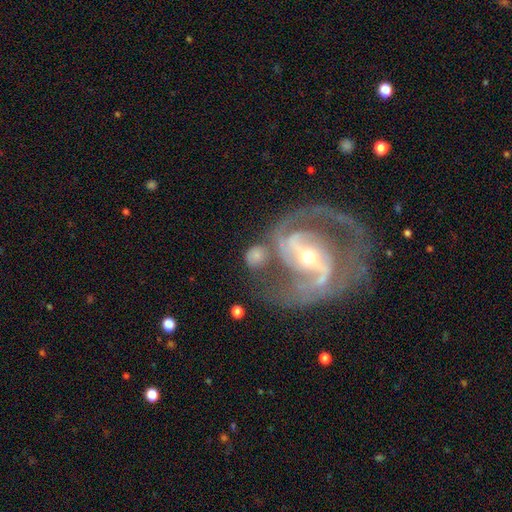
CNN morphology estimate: smooth-or-featured: featured or disk: 49% | smooth: 42% | star or artifact: 8%
  merging: none: 55% | merger: 20% | minor disturbance: 15% | major disturbance: 10%